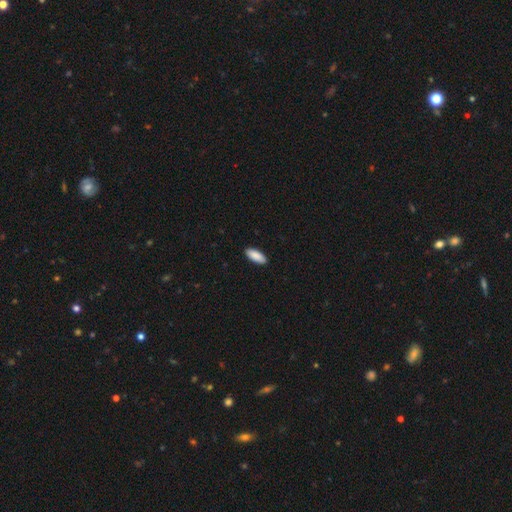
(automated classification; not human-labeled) A smooth galaxy with no disk features (90%) that is in between round and cigar-shaped (80%). Merging: none (91%).